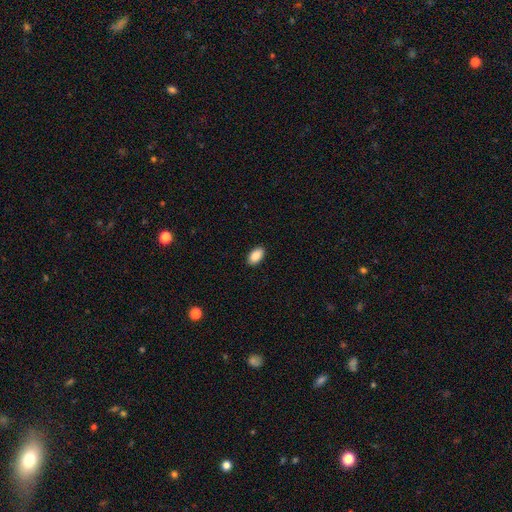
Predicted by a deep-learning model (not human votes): smooth_or_featured: smooth (p=0.90) [alt: star or artifact p=0.07]
how_rounded: in between (p=0.94) [alt: round p=0.04]
merging: none (p=0.90) [alt: minor disturbance p=0.07]